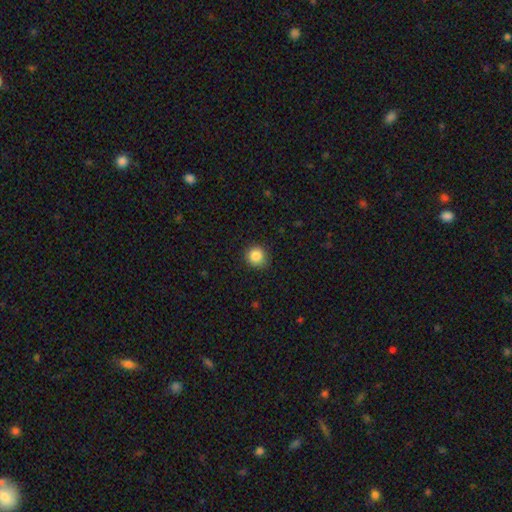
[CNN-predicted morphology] Smooth or featured? Predicted: smooth (p=0.86). How rounded? Predicted: round (p=0.91). Merging? Predicted: none (p=0.86).